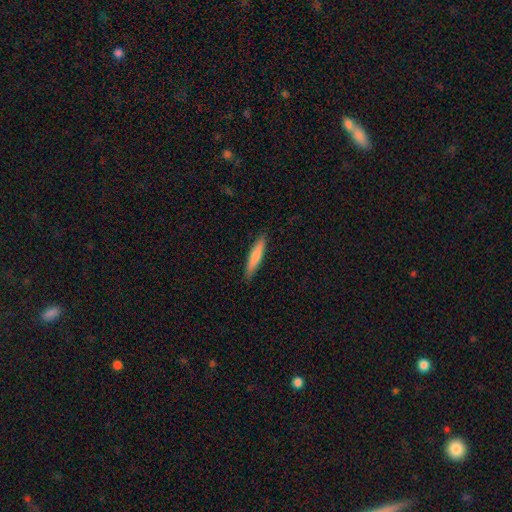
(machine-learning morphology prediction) The model was most divided on "smooth or featured": smooth: 77%, featured or disk: 18%, star or artifact: 5%. More confident: merging — none (90%); how rounded — cigar-shaped (90%).